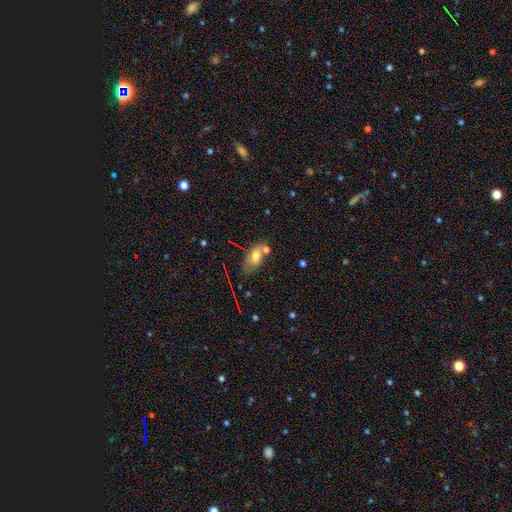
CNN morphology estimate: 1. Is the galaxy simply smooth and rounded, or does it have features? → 67% smooth, 22% featured or disk, 11% star or artifact.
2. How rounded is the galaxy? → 87% in between, 7% round, 6% cigar-shaped.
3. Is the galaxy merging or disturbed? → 49% none, 23% merger, 19% minor disturbance, 8% major disturbance.